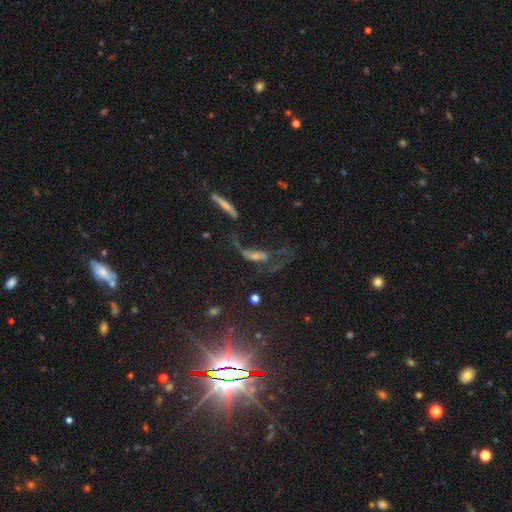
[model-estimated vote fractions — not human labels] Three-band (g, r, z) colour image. It shows a featured or disk galaxy (50%). Merging: major disturbance (36%).